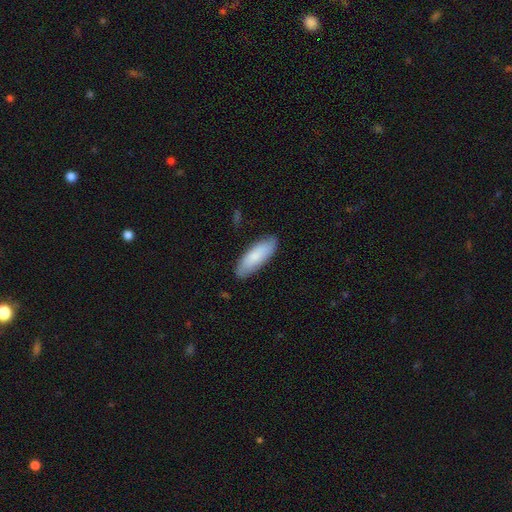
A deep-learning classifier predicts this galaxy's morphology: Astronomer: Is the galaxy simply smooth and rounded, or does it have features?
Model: smooth — 81%.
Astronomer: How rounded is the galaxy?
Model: in between — 61% (runner-up: cigar-shaped, 38%).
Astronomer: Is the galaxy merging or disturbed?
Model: none — 85%.